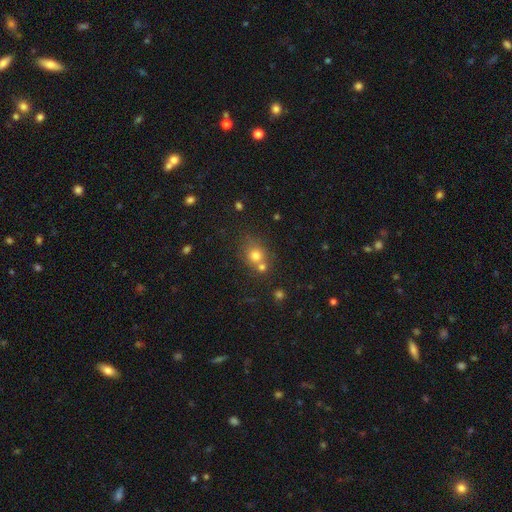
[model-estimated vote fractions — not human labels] Smooth or featured: smooth — 74% (star or artifact — 15%)
How rounded: round — 75% (in between — 24%)
Merging: none — 52% (merger — 34%)